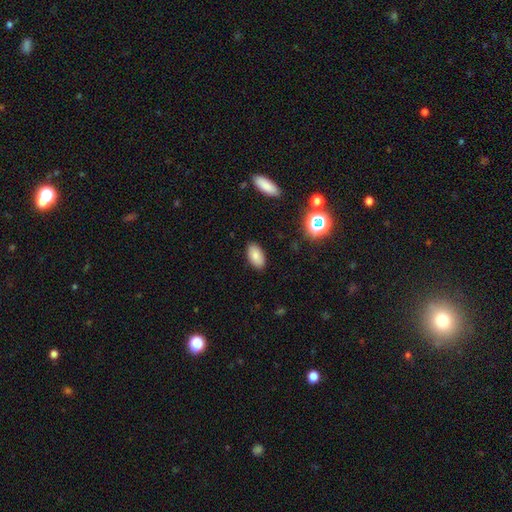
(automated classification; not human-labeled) Overall: smooth (83%). How rounded: in between (94%). Merging: none (88%).